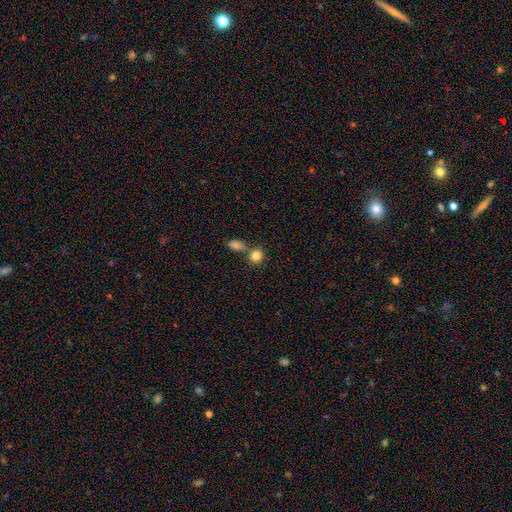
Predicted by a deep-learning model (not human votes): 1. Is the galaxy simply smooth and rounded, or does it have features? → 84% smooth, 10% star or artifact, 6% featured or disk.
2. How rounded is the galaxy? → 76% round, 22% in between, 1% cigar-shaped.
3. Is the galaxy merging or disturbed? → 54% none, 33% merger, 9% minor disturbance, 4% major disturbance.